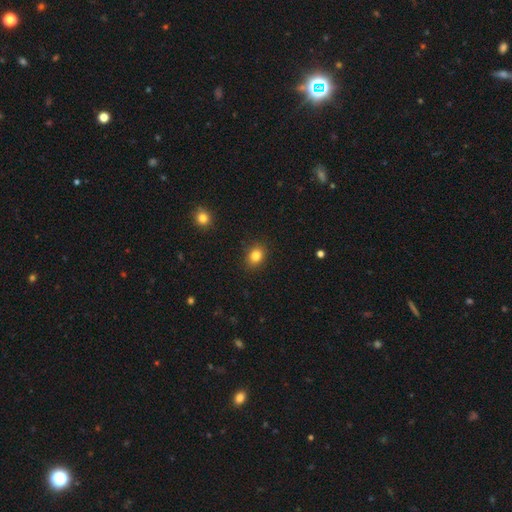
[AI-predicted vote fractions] Smooth or featured? smooth (84%)
How rounded? round (52%)
Merging? none (89%)